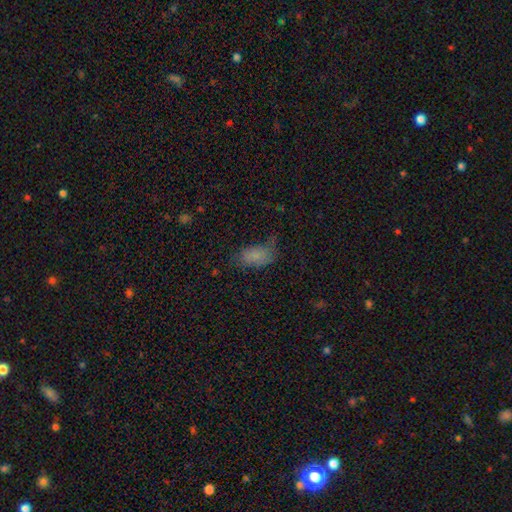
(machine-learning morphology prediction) Smooth or featured? Predicted: smooth (p=0.77). How rounded? Predicted: in between (p=0.93). Merging? Predicted: none (p=0.46).